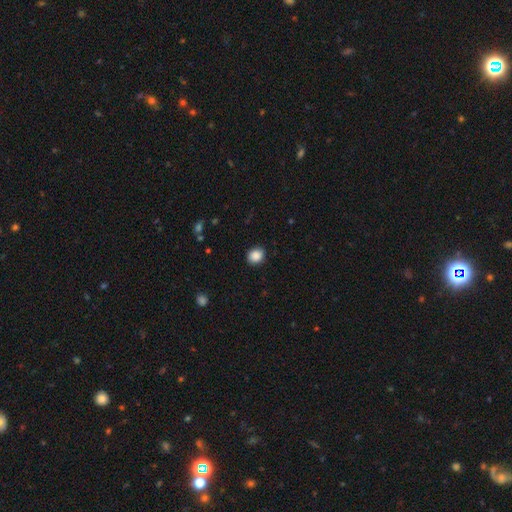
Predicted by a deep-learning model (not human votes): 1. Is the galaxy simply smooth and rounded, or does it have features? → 88% smooth, 9% star or artifact, 3% featured or disk.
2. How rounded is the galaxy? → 69% round, 30% in between, 1% cigar-shaped.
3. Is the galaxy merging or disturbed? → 89% none, 8% minor disturbance, 2% major disturbance, 1% merger.